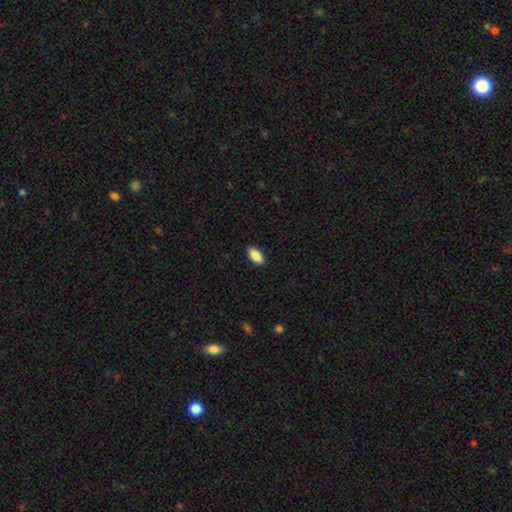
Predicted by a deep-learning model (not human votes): A smooth galaxy with no disk features (89%) that is in between round and cigar-shaped (93%). Merging: none (90%).